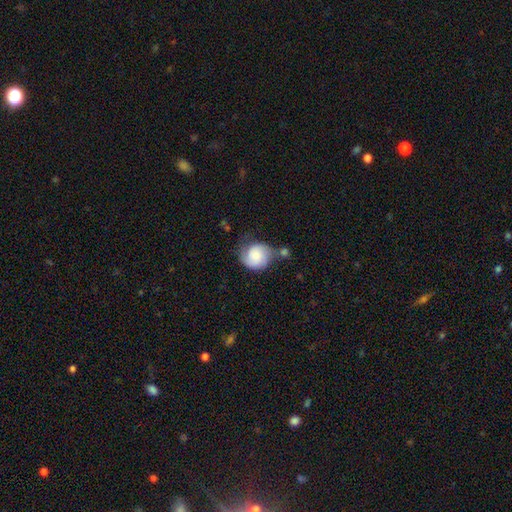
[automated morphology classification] Smooth or featured?
  - smooth: 57% *
  - featured or disk: 35%
  - star or artifact: 7%
How rounded?
  - round: 80% *
  - in between: 19%
  - cigar-shaped: 1%
Merging?
  - none: 40% *
  - minor disturbance: 31%
  - merger: 15%
  - major disturbance: 14%